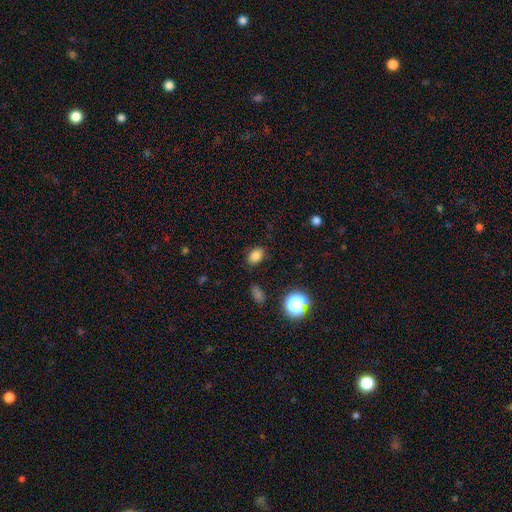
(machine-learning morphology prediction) The model was most divided on "how rounded": in between: 76%, round: 23%, cigar-shaped: 1%. More confident: merging — none (83%); smooth or featured — smooth (81%).